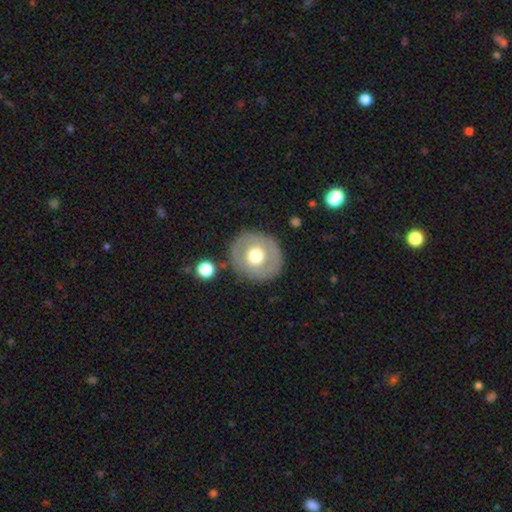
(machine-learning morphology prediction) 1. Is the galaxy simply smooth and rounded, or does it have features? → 53% smooth, 40% featured or disk, 7% star or artifact.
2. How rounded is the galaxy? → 88% round, 11% in between, 1% cigar-shaped.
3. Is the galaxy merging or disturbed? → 84% none, 9% minor disturbance, 4% major disturbance, 2% merger.